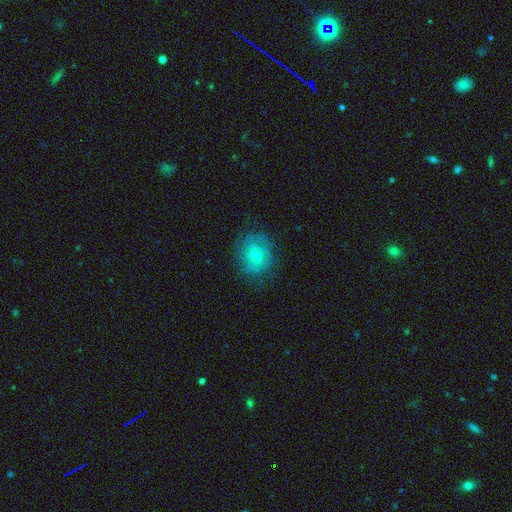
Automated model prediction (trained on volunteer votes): Smooth or featured? Predicted: smooth (p=0.62). How rounded? Predicted: round (p=0.68). Merging? Predicted: none (p=0.68).